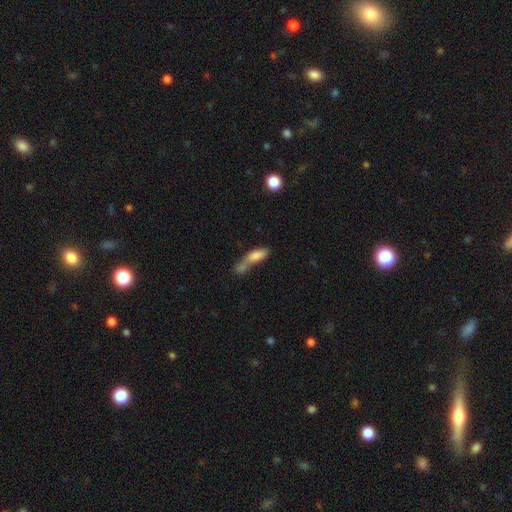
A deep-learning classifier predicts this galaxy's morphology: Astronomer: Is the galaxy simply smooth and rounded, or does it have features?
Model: smooth — 75%.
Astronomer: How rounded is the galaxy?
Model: in between — 58% (runner-up: cigar-shaped, 38%).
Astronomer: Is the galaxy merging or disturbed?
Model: merger — 62%.